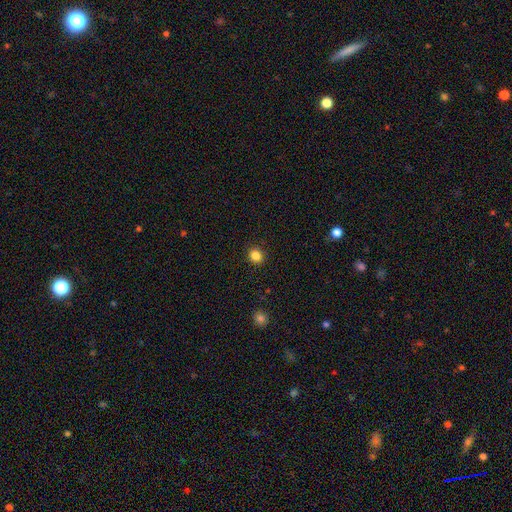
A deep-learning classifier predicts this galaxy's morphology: A smooth galaxy with no disk features (84%) that is round (82%).

Vote fractions:
- Smooth or featured? smooth: 84% / star or artifact: 12% / featured or disk: 4%
- How rounded? round: 82% / in between: 17% / cigar-shaped: 1%
- Merging? none: 91% / minor disturbance: 6% / major disturbance: 2% / merger: 1%